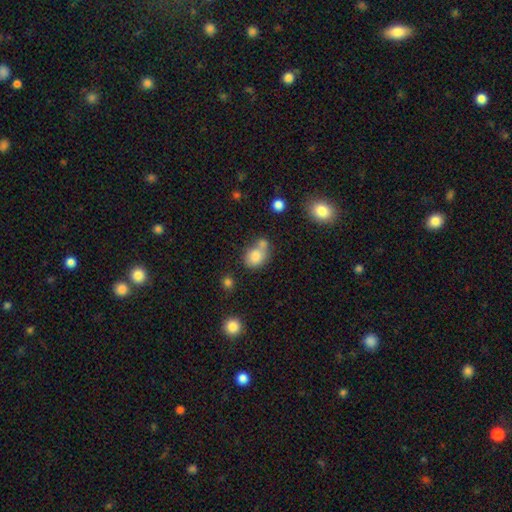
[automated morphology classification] smooth_or_featured: smooth (p=0.81) [alt: star or artifact p=0.10]
how_rounded: in between (p=0.52) [alt: round p=0.47]
merging: none (p=0.41) [alt: merger p=0.39]